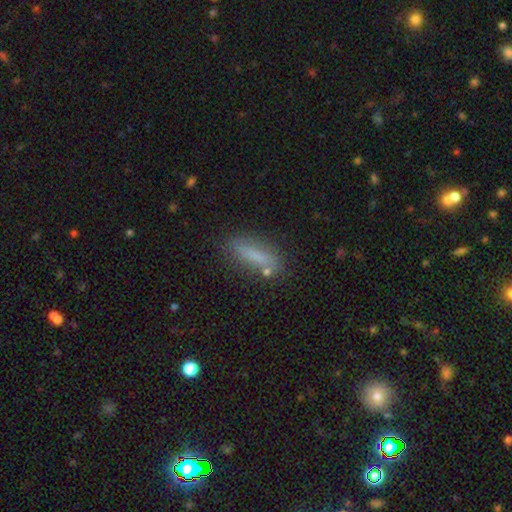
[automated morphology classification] A smooth galaxy with no disk features (74%) that is cigar-shaped (67%). Merging: none (76%).